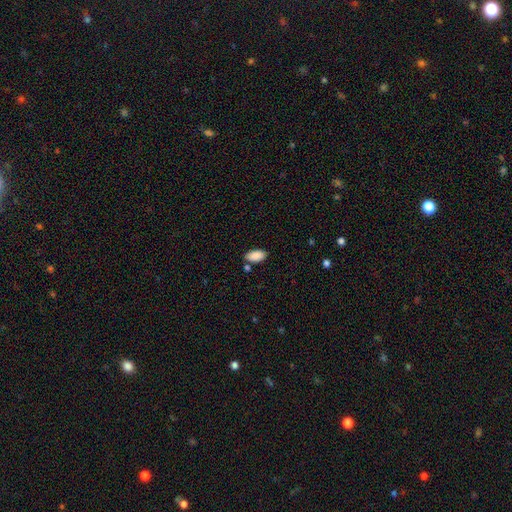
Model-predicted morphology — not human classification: A smooth galaxy with no disk features (89%) that is in between round and cigar-shaped (95%). Merging: none (80%).